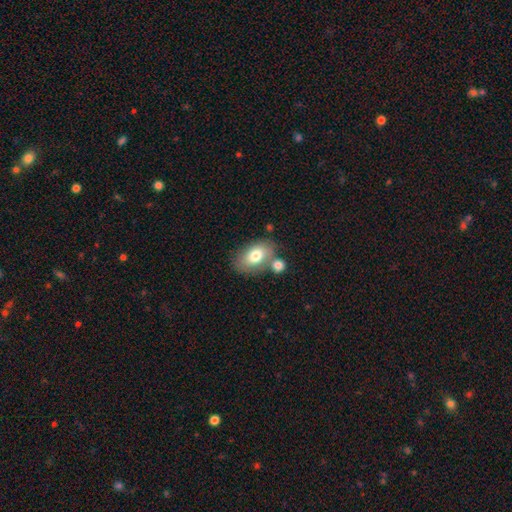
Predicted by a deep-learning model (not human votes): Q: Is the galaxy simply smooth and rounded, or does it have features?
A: smooth — 75%.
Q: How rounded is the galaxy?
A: in between — 87%.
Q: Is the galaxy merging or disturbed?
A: none — 57%.